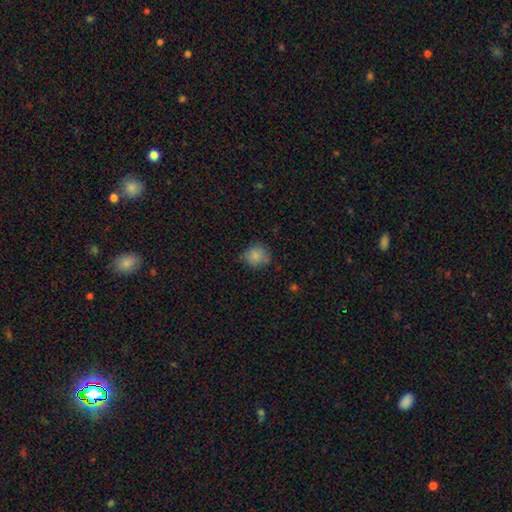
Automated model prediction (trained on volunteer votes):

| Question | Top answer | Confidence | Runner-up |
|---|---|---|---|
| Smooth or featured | smooth | 83% | star or artifact (10%) |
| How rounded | round | 80% | in between (19%) |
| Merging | none | 74% | minor disturbance (18%) |